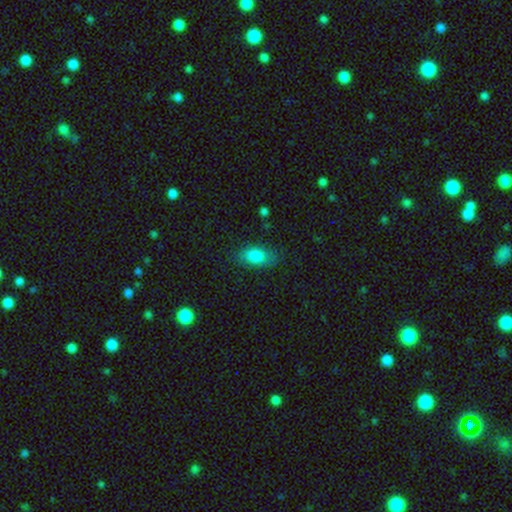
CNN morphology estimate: A smooth galaxy with no disk features (83%) that is in between round and cigar-shaped (88%).

Vote fractions:
- Smooth or featured? smooth: 83% / featured or disk: 9% / star or artifact: 8%
- How rounded? in between: 88% / cigar-shaped: 6% / round: 5%
- Merging? none: 80% / minor disturbance: 15% / major disturbance: 4% / merger: 1%